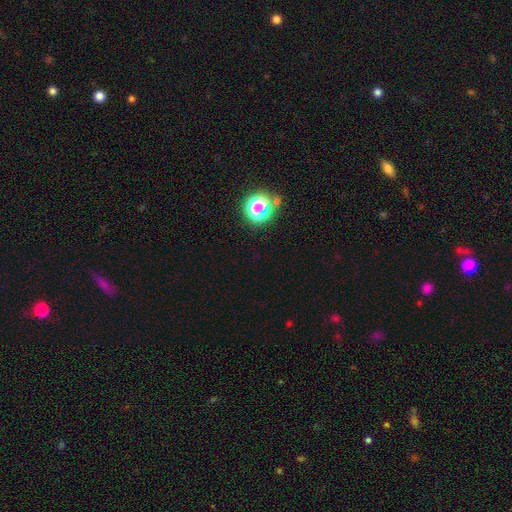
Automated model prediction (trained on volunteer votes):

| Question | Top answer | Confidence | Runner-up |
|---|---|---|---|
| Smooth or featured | star or artifact | 61% | smooth (30%) |